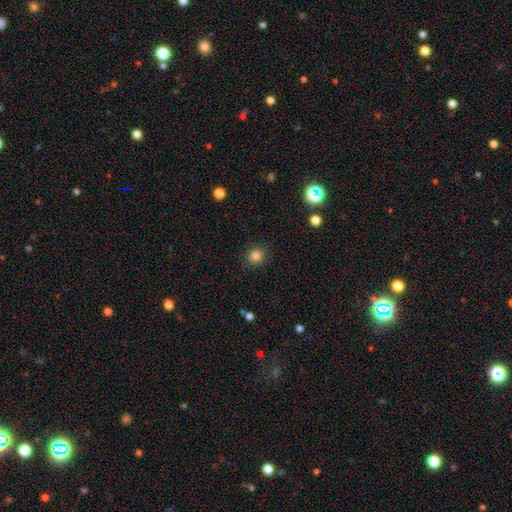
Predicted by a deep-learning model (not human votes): Smooth or featured?
  - smooth: 83% *
  - star or artifact: 12%
  - featured or disk: 5%
How rounded?
  - round: 86% *
  - in between: 13%
  - cigar-shaped: 1%
Merging?
  - none: 89% *
  - minor disturbance: 8%
  - major disturbance: 2%
  - merger: 1%